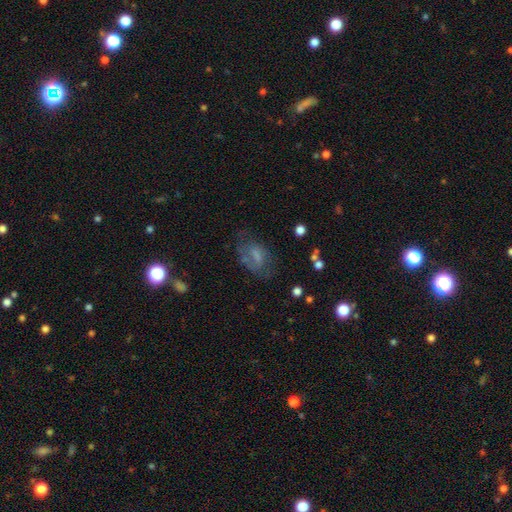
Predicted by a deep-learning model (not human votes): smooth-or-featured: smooth: 47% | featured or disk: 41% | star or artifact: 12%
  merging: none: 49% | minor disturbance: 24% | major disturbance: 24% | merger: 3%